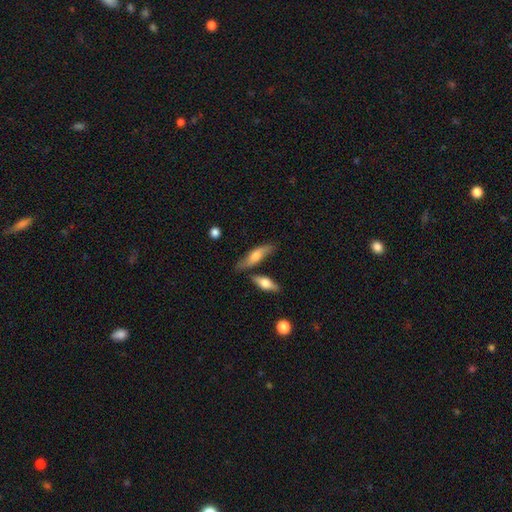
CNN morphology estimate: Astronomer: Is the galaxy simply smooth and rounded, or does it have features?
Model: smooth — 57% (runner-up: featured or disk, 37%).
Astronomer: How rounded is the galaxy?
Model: cigar-shaped — 53% (runner-up: in between, 44%).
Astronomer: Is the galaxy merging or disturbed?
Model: none — 66%.